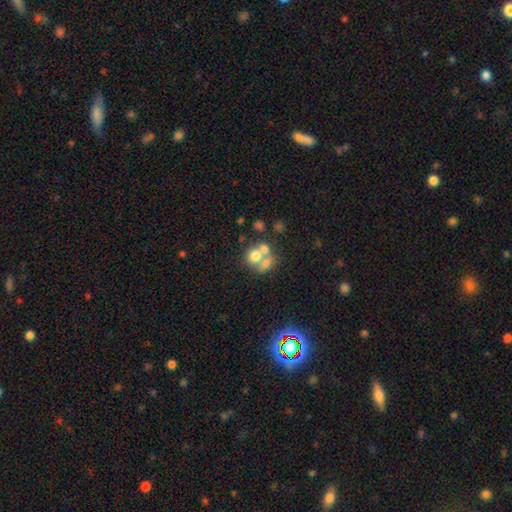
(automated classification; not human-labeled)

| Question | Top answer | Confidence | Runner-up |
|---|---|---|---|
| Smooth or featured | smooth | 62% | featured or disk (25%) |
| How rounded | round | 61% | in between (38%) |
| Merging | merger | 58% | none (29%) |